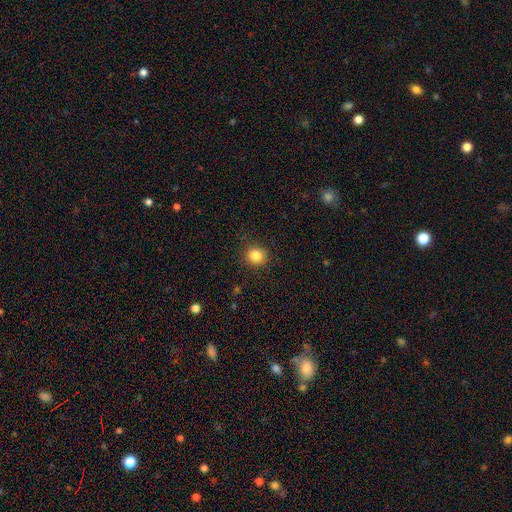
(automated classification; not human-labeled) The model was most divided on "smooth or featured": smooth: 85%, star or artifact: 11%, featured or disk: 5%. More confident: merging — none (90%); how rounded — round (88%).